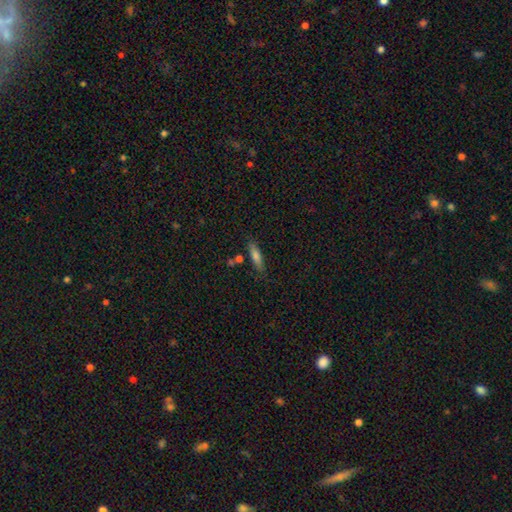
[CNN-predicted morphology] Smooth or featured? smooth (65%)
How rounded? cigar-shaped (67%)
Merging? none (79%)